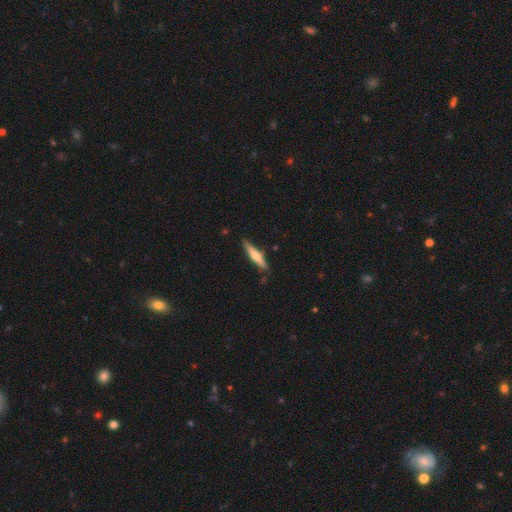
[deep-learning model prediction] The model was most divided on "smooth or featured": featured or disk: 51%, smooth: 43%, star or artifact: 5%. More confident: edge-on disk — yes (95%); merging — none (86%).